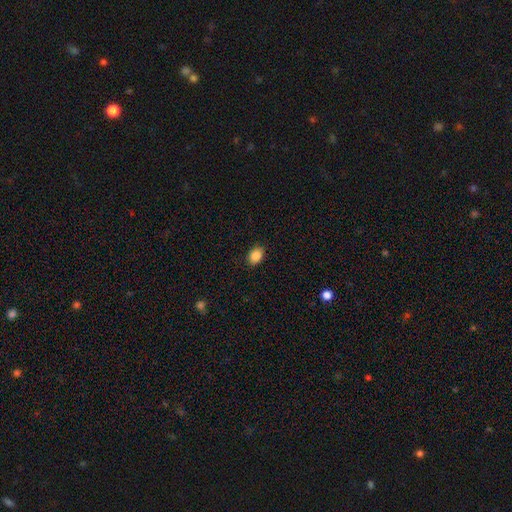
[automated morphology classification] Q: Smooth or featured?
A: smooth (87%); runner-up: star or artifact (9%)
Q: How rounded?
A: in between (71%); runner-up: round (28%)
Q: Merging?
A: none (89%); runner-up: minor disturbance (8%)